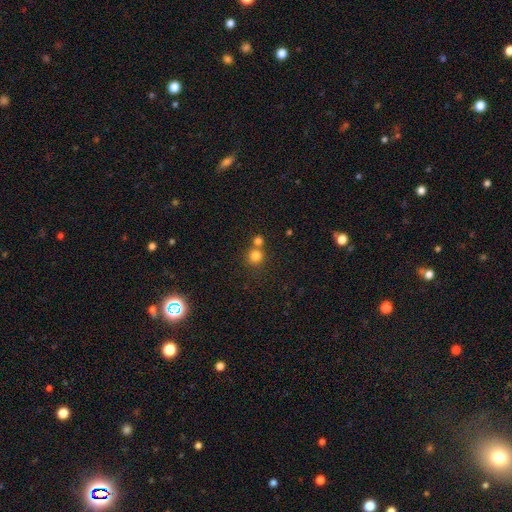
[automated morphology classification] The model was most divided on "merging": none: 59%, merger: 33%, minor disturbance: 6%, major disturbance: 2%. More confident: how rounded — round (91%); smooth or featured — smooth (80%).